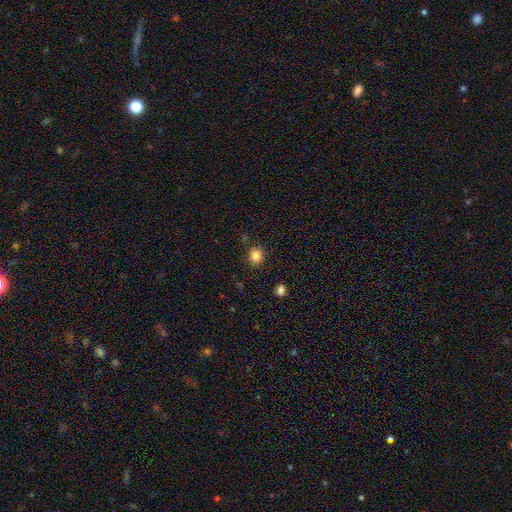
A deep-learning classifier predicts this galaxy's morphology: Q: Smooth or featured?
A: smooth (83%); runner-up: star or artifact (12%)
Q: How rounded?
A: round (79%); runner-up: in between (21%)
Q: Merging?
A: none (86%); runner-up: minor disturbance (10%)